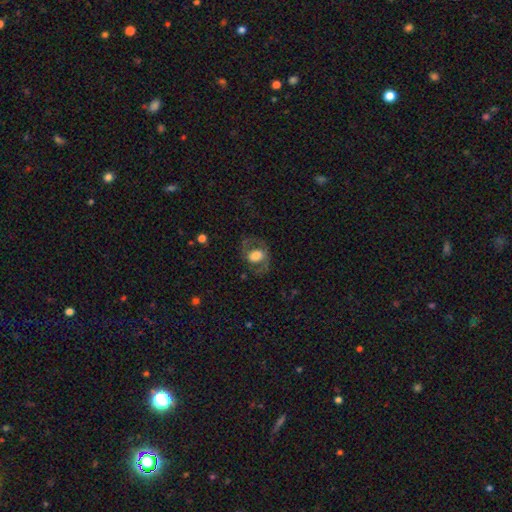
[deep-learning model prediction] featured or disk 47%, smooth 45%, star or artifact 8%. Down the decision tree: merging — none (64%).